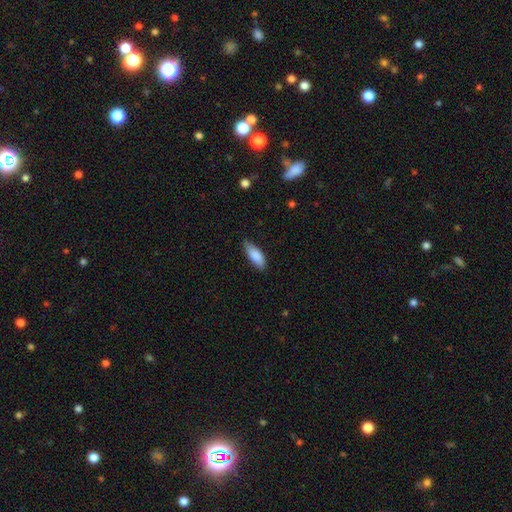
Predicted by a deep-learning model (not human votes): Q: Smooth or featured?
A: smooth (85%); runner-up: featured or disk (10%)
Q: How rounded?
A: in between (69%); runner-up: cigar-shaped (29%)
Q: Merging?
A: none (72%); runner-up: minor disturbance (24%)